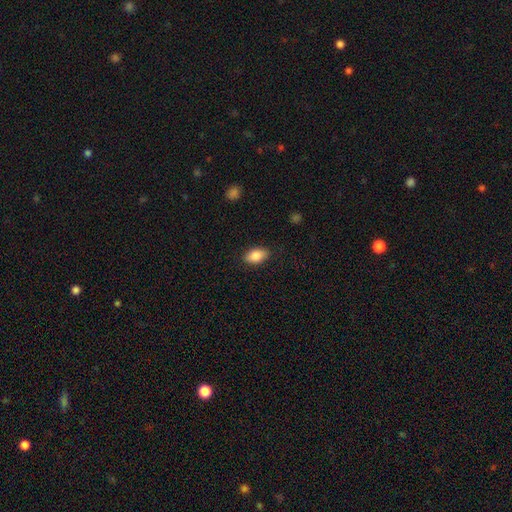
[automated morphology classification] smooth 85%, featured or disk 7%, star or artifact 7%. Down the decision tree: how rounded — in between (90%); merging — none (86%).